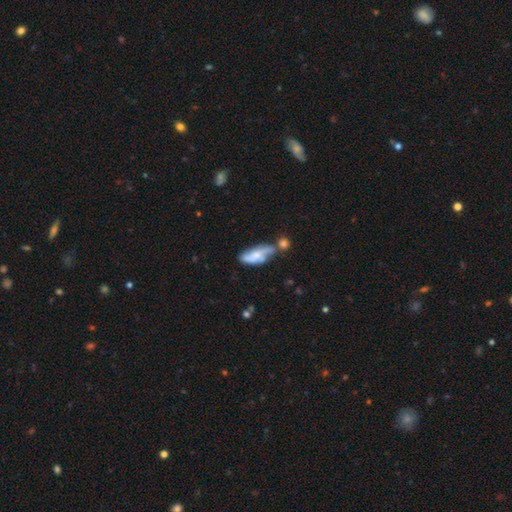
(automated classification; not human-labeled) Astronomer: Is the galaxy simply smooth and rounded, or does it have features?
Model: smooth — 51% (runner-up: featured or disk, 42%).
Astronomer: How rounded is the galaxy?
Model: in between — 71%.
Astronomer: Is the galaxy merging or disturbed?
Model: none — 38% (runner-up: merger, 26%).